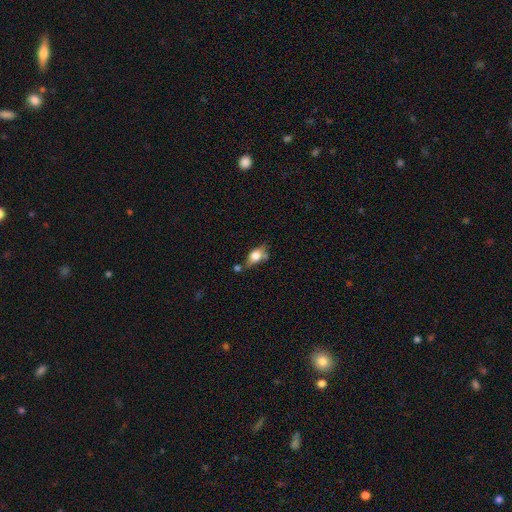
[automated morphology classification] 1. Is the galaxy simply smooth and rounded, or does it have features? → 65% smooth, 25% featured or disk, 10% star or artifact.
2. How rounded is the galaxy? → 75% in between, 17% round, 8% cigar-shaped.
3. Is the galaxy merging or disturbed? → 44% none, 28% minor disturbance, 16% merger, 12% major disturbance.